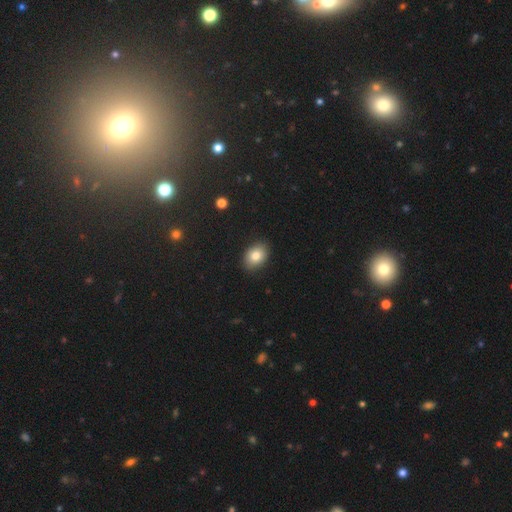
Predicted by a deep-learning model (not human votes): This is clearly a smooth galaxy (82%). How rounded: likely in between (79%). Merging: clearly none (88%).